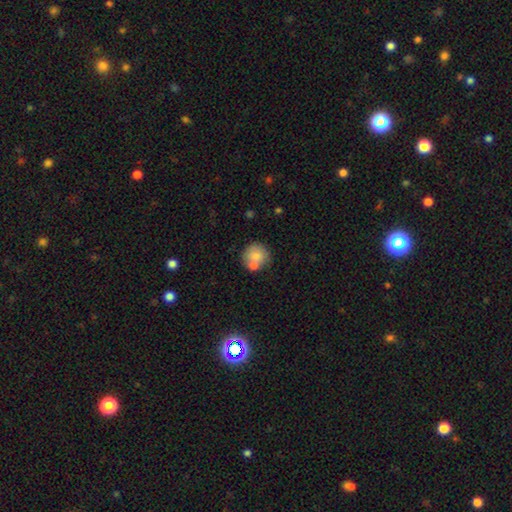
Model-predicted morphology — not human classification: A smooth galaxy with no disk features (76%) that is round (86%).

Vote fractions:
- Smooth or featured? smooth: 76% / featured or disk: 16% / star or artifact: 8%
- How rounded? round: 86% / in between: 13% / cigar-shaped: 1%
- Merging? none: 55% / merger: 26% / minor disturbance: 15% / major disturbance: 5%